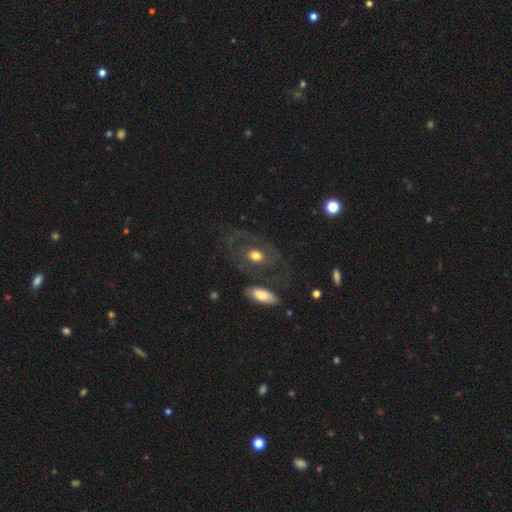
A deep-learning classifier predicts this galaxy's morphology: Q: Smooth or featured?
A: featured or disk (53%); runner-up: smooth (38%)
Q: Edge-on disk?
A: no (92%); runner-up: yes (8%)
Q: Merging?
A: none (64%); runner-up: minor disturbance (15%)